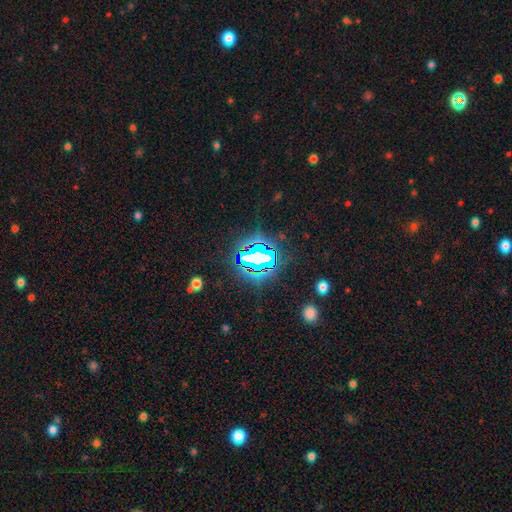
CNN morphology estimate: Q: Smooth or featured?
A: star or artifact (79%); runner-up: smooth (12%)